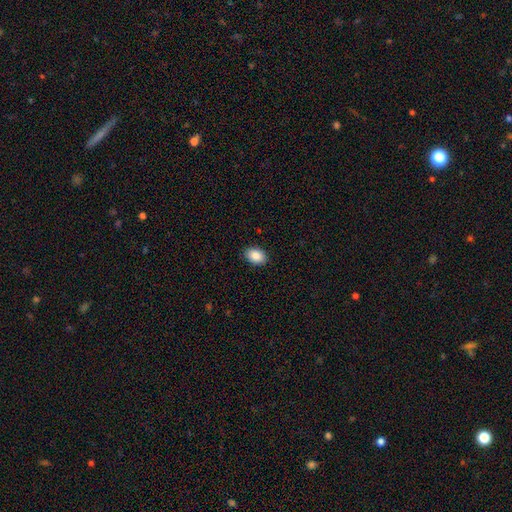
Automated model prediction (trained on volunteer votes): This is clearly a smooth galaxy (89%). How rounded: clearly in between (84%). Merging: clearly none (89%).